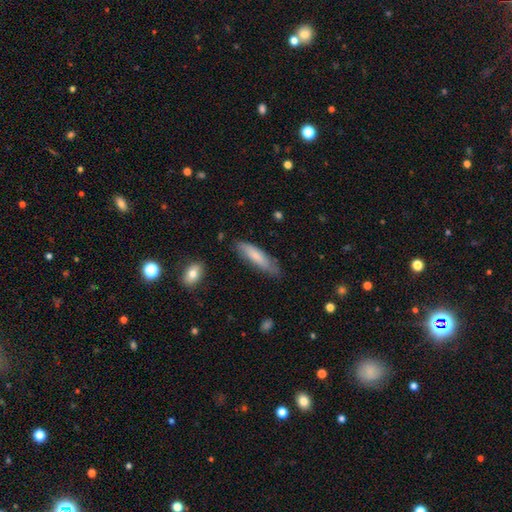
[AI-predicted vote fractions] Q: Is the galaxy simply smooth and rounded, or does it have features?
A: smooth — 74%.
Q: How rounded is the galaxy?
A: cigar-shaped — 71%.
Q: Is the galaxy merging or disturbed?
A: none — 73%.